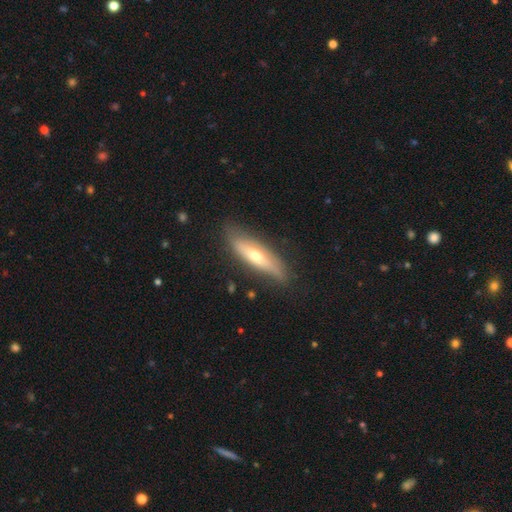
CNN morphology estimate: Smooth or featured: smooth — 47% (tied with featured or disk — 47%)
Merging: none — 76% (minor disturbance — 19%)